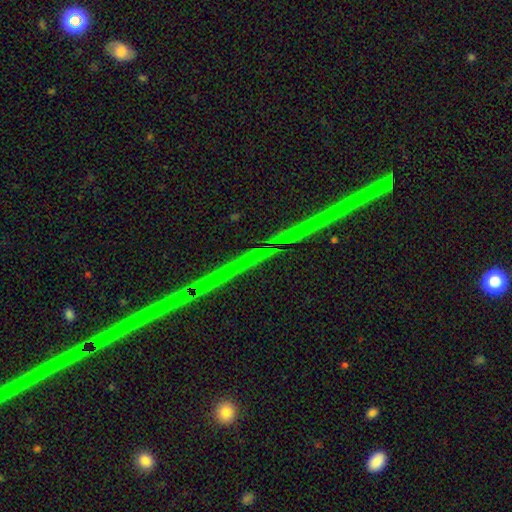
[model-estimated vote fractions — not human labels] This appears to be a star or artifact, not a galaxy (82%).